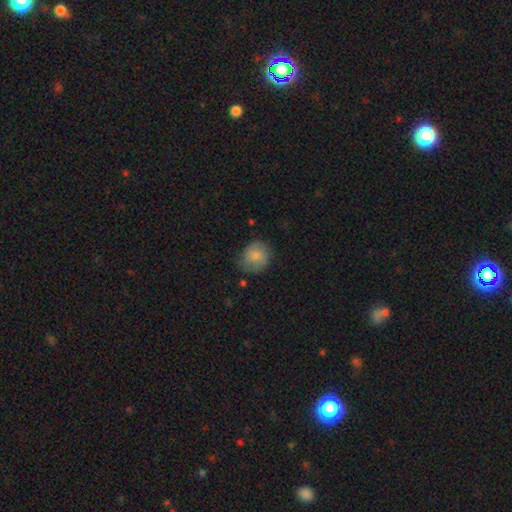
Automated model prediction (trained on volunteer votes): smooth-or-featured: smooth: 76% | featured or disk: 17% | star or artifact: 7%
  how-rounded: round: 77% | in between: 22% | cigar-shaped: 1%
  merging: none: 70% | minor disturbance: 23% | major disturbance: 6% | merger: 2%